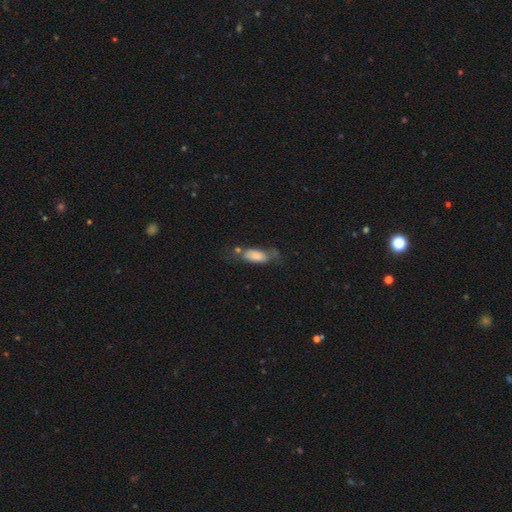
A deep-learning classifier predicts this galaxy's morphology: Q: Smooth or featured?
A: smooth (74%); runner-up: featured or disk (18%)
Q: How rounded?
A: in between (75%); runner-up: cigar-shaped (22%)
Q: Merging?
A: none (40%); runner-up: minor disturbance (29%)